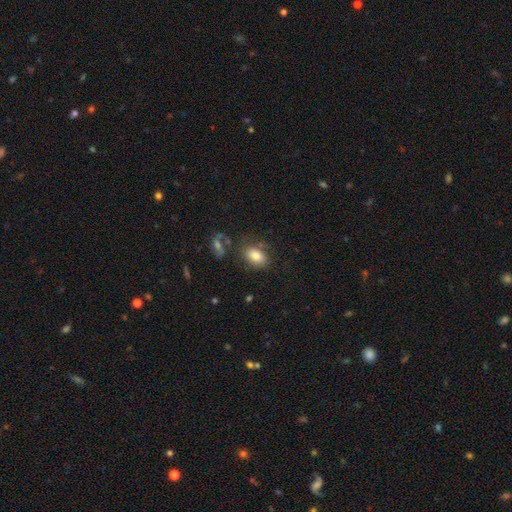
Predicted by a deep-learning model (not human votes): smooth 79%, featured or disk 12%, star or artifact 9%. Down the decision tree: how rounded — in between (84%); merging — none (65%).